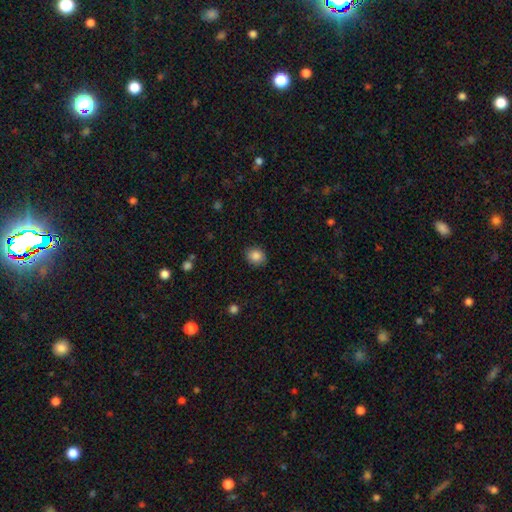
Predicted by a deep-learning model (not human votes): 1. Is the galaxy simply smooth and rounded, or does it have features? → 86% smooth, 9% star or artifact, 4% featured or disk.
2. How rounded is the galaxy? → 67% round, 32% in between, 1% cigar-shaped.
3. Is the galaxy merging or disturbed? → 87% none, 9% minor disturbance, 2% major disturbance, 1% merger.